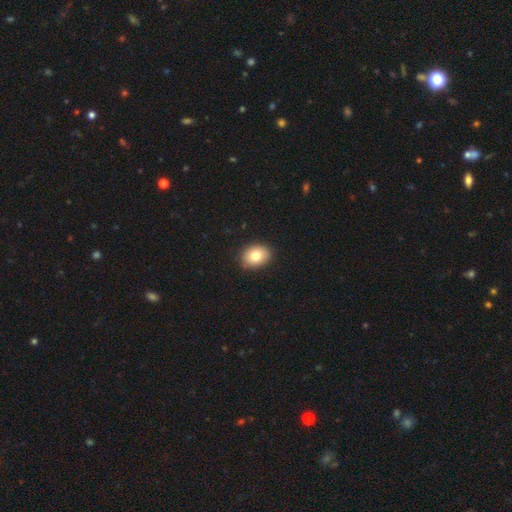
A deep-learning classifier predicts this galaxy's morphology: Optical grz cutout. It shows a smooth galaxy with no disk features (79%) that is in between round and cigar-shaped (63%). Merging: none (89%).